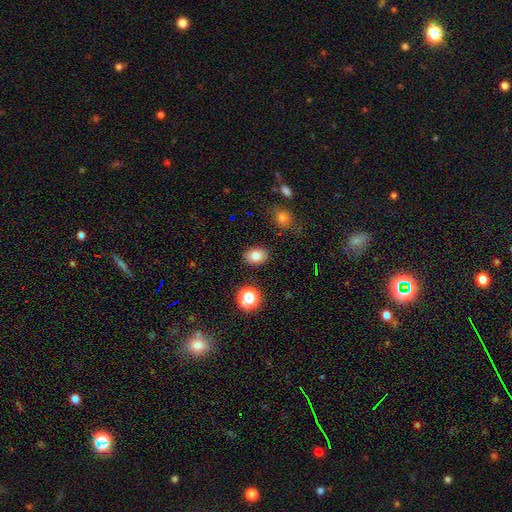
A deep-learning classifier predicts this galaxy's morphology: This appears to be a smooth galaxy with no disk features (81%) that is in between round and cigar-shaped (75%). Merging: none (87%).